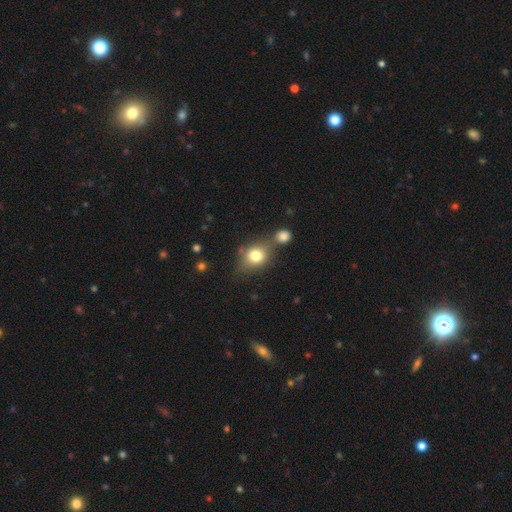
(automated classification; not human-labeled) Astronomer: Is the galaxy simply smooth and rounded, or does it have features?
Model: smooth — 75%.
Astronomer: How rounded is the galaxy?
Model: round — 52% (runner-up: in between, 46%).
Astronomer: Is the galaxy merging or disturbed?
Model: none — 54%.